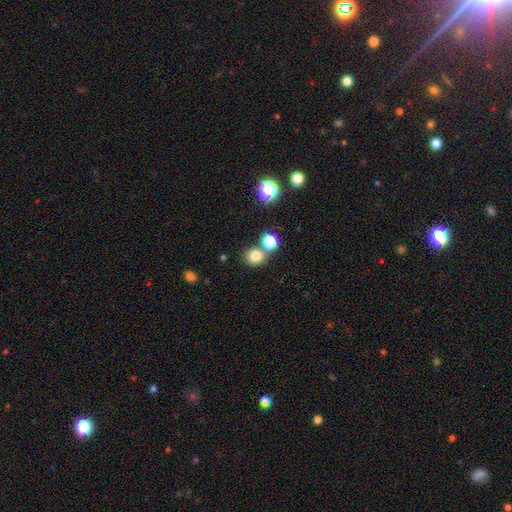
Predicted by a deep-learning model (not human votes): smooth-or-featured: smooth: 80% | star or artifact: 14% | featured or disk: 7%
  how-rounded: round: 83% | in between: 16% | cigar-shaped: 1%
  merging: none: 61% | merger: 28% | minor disturbance: 8% | major disturbance: 3%